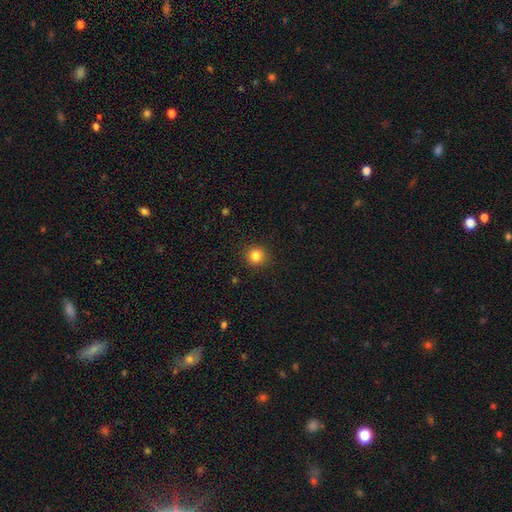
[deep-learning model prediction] A smooth galaxy with no disk features (84%) that is round (91%). Merging: none (90%).